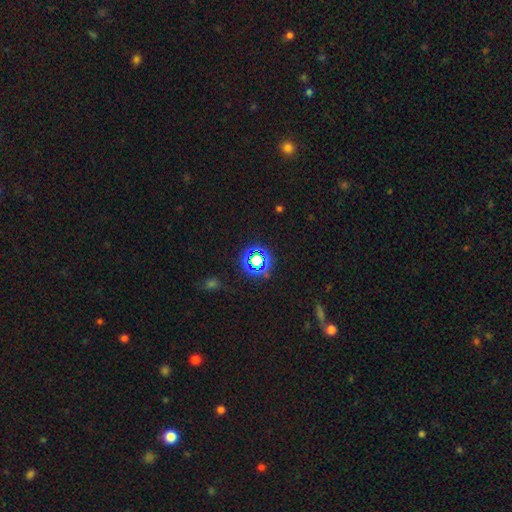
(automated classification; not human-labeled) Overall: star or artifact (69%).